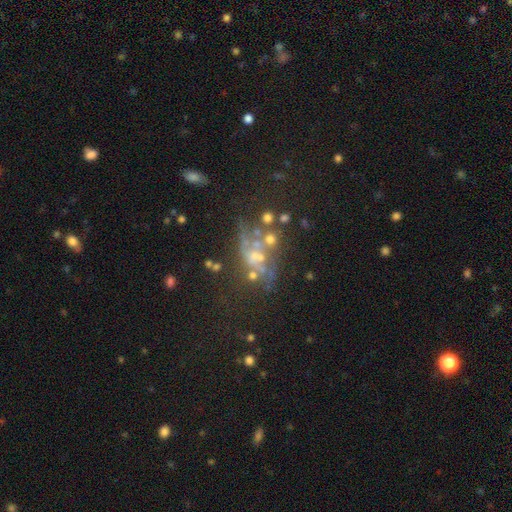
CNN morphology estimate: smooth-or-featured: featured or disk: 52% | star or artifact: 27% | smooth: 21%
  disk-edge-on: no: 94% | yes: 6%
  merging: none: 35% | major disturbance: 28% | merger: 20% | minor disturbance: 17%